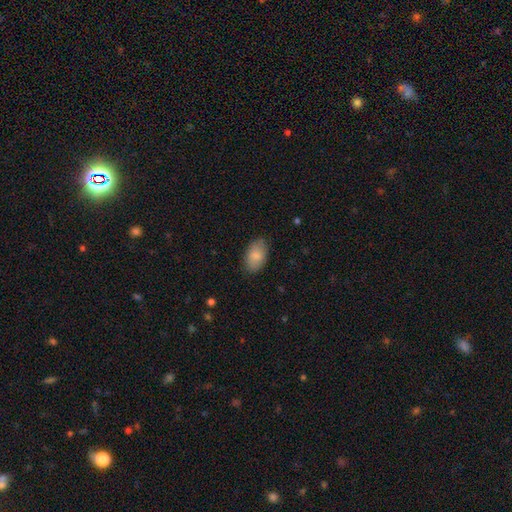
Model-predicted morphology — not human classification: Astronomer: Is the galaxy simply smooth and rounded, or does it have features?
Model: smooth — 84%.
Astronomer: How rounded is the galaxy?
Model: in between — 93%.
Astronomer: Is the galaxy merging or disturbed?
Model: none — 84%.